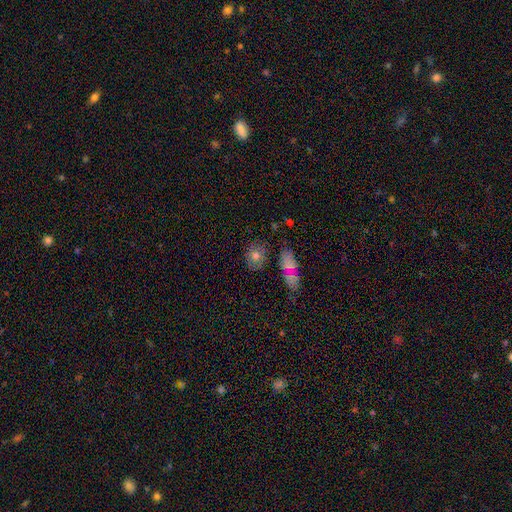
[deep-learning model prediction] Smooth or featured? Predicted: smooth (p=0.71). How rounded? Predicted: round (p=0.57). Merging? Predicted: none (p=0.78).